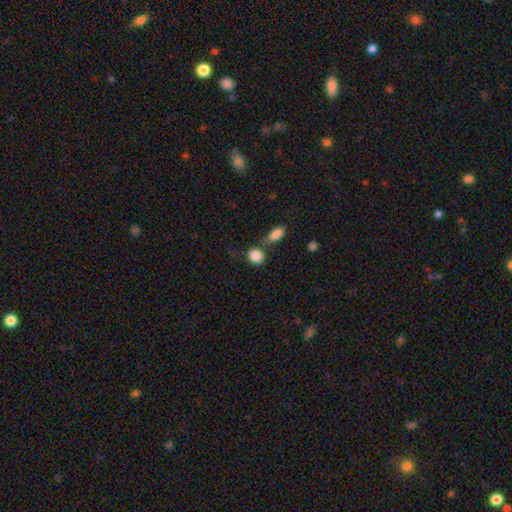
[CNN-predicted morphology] Smooth or featured? smooth (87%)
How rounded? round (71%)
Merging? none (59%)